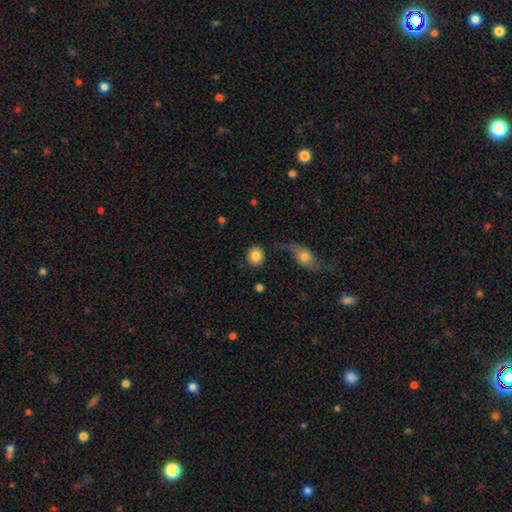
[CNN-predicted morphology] A smooth galaxy with no disk features (85%) that is round (86%). Merging: none (78%).